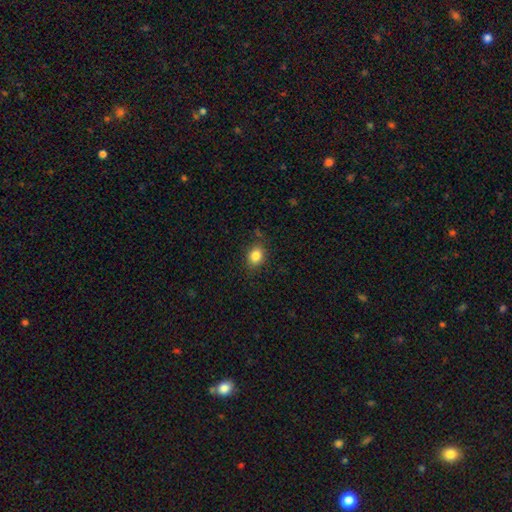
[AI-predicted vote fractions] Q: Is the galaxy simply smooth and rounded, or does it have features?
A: smooth — 85%.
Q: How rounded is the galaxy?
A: in between — 52%.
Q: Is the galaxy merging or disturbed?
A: none — 83%.